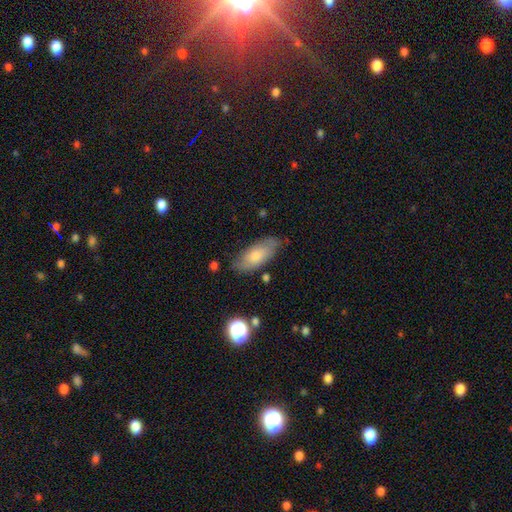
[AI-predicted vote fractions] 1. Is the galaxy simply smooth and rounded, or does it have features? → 61% smooth, 31% featured or disk, 8% star or artifact.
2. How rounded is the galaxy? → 80% in between, 17% cigar-shaped, 3% round.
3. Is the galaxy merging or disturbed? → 75% none, 19% minor disturbance, 4% major disturbance, 2% merger.